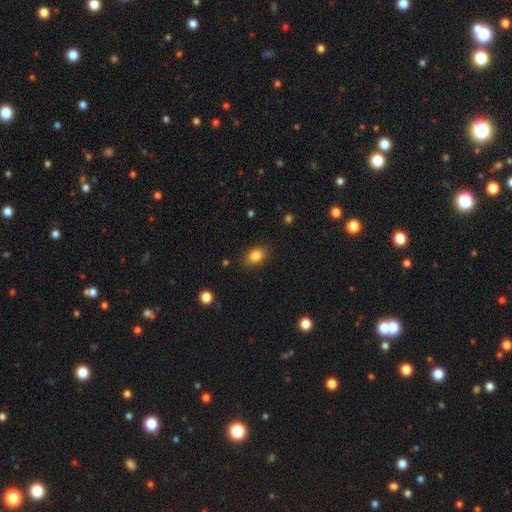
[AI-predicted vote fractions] Overall: smooth (83%). How rounded: in between (83%). Merging: none (84%).